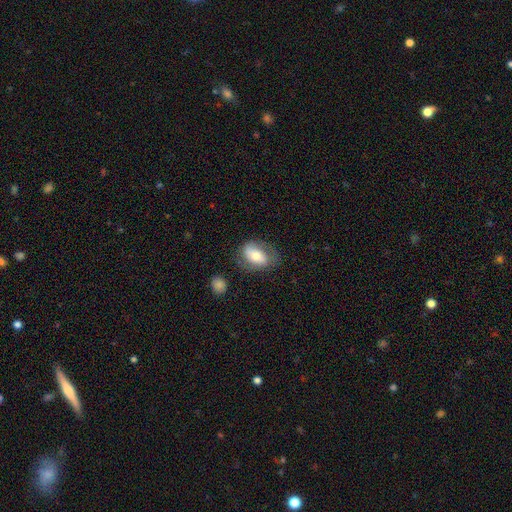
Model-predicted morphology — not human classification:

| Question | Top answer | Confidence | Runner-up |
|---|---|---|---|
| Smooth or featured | smooth | 57% | featured or disk (36%) |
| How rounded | in between | 85% | round (13%) |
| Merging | none | 62% | minor disturbance (23%) |